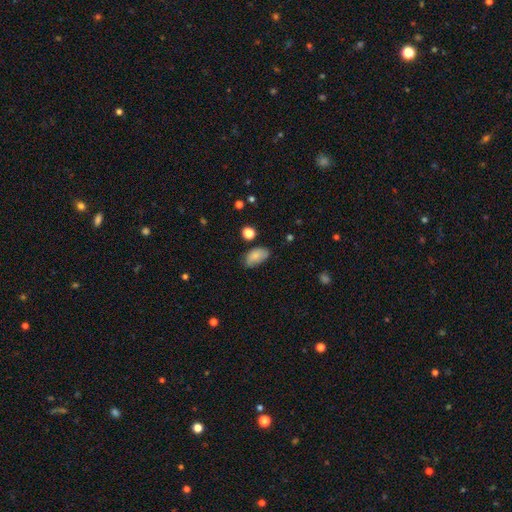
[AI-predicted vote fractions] Smooth or featured? Predicted: smooth (p=0.80). How rounded? Predicted: in between (p=0.92). Merging? Predicted: none (p=0.64).